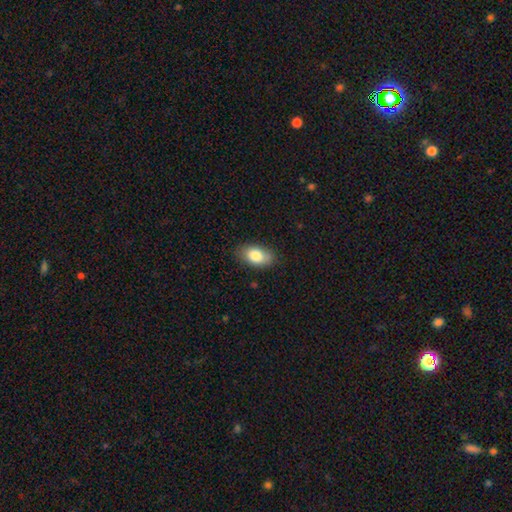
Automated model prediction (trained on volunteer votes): Smooth or featured: smooth — 83% (featured or disk — 10%)
How rounded: in between — 91% (round — 7%)
Merging: none — 81% (minor disturbance — 15%)